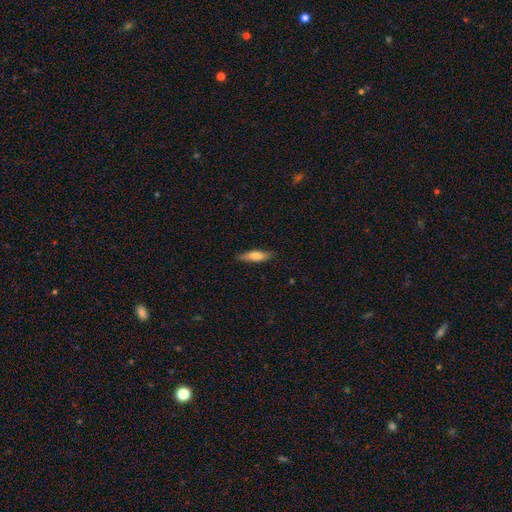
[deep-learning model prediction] smooth-or-featured: smooth: 69% | featured or disk: 25% | star or artifact: 6%
  how-rounded: cigar-shaped: 65% | in between: 33% | round: 2%
  merging: none: 84% | minor disturbance: 13% | major disturbance: 2% | merger: 1%